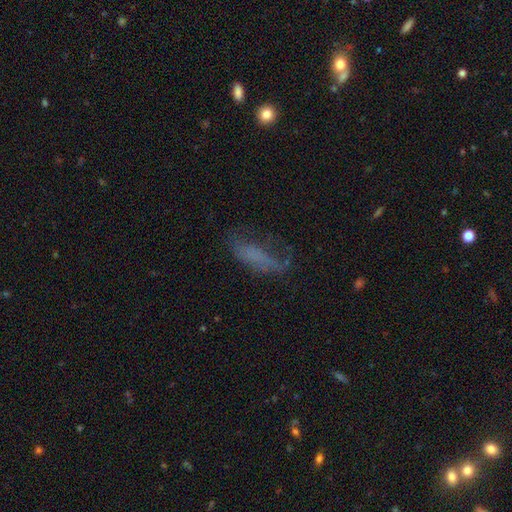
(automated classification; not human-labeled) Q: Smooth or featured?
A: smooth (56%); runner-up: featured or disk (28%)
Q: How rounded?
A: in between (61%); runner-up: cigar-shaped (36%)
Q: Merging?
A: none (38%); runner-up: major disturbance (34%)